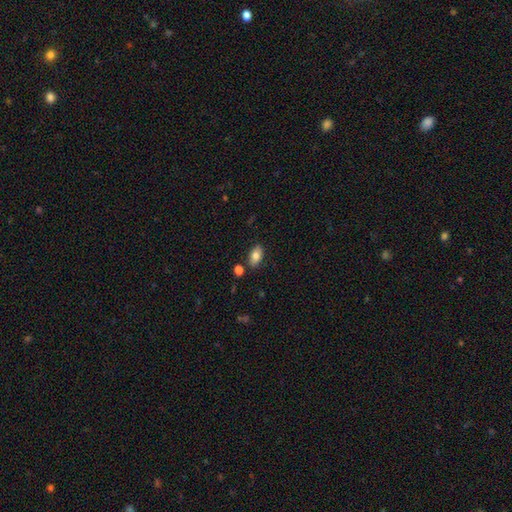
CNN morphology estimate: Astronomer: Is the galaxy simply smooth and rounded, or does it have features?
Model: smooth — 81%.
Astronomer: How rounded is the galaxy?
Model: in between — 92%.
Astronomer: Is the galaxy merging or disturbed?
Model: none — 82%.